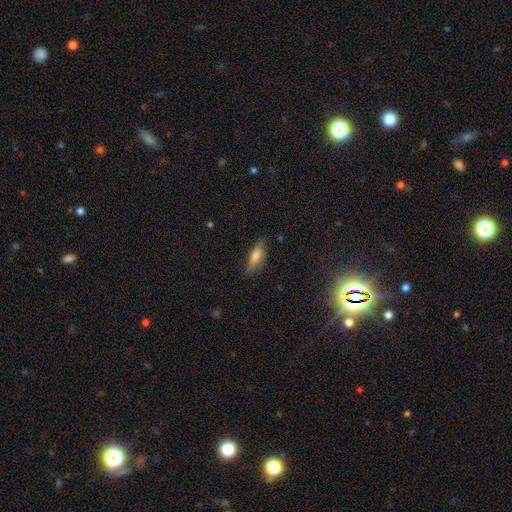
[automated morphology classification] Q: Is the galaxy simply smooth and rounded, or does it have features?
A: smooth — 72%.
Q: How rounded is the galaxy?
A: in between — 53%.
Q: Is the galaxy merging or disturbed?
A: none — 79%.